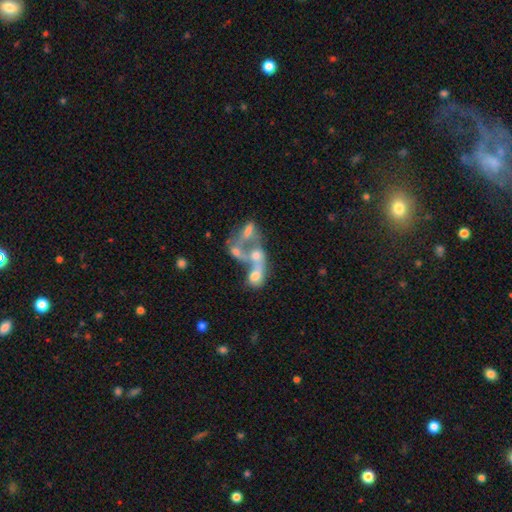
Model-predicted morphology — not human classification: Overall: featured or disk (45%; smooth 41%). Merging: merger (71%).